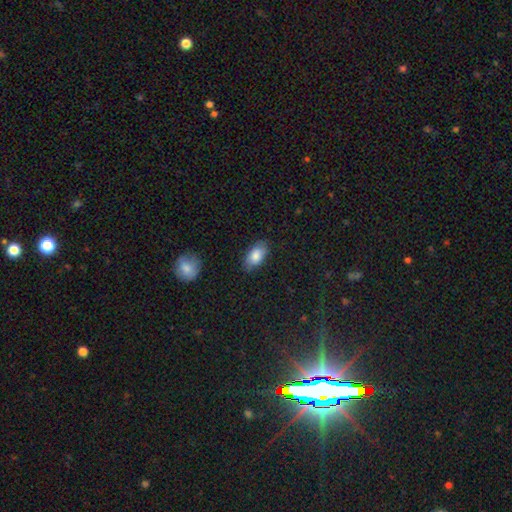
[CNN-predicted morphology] The model was most divided on "merging": none: 82%, minor disturbance: 14%, major disturbance: 3%, merger: 1%. More confident: how rounded — in between (92%); smooth or featured — smooth (84%).